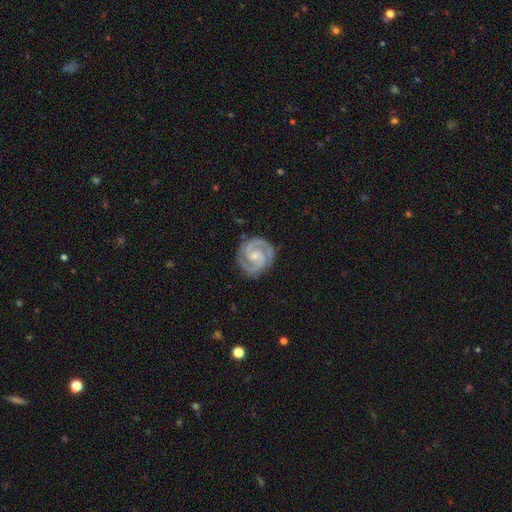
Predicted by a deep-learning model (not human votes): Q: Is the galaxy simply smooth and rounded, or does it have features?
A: featured or disk — 92%.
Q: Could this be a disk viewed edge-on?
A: no — 98%.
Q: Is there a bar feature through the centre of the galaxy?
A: no — 50%.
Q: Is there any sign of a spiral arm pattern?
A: yes — 99%.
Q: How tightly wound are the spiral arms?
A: tight — 57%.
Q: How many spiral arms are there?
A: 2 — 93%.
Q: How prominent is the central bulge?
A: small — 57%.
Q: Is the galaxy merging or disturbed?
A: none — 85%.